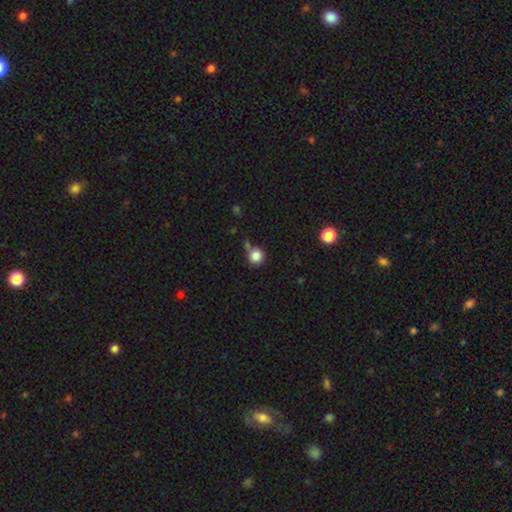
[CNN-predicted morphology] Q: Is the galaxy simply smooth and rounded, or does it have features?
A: smooth — 85%.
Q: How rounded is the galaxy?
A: round — 93%.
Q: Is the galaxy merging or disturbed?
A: none — 68%.